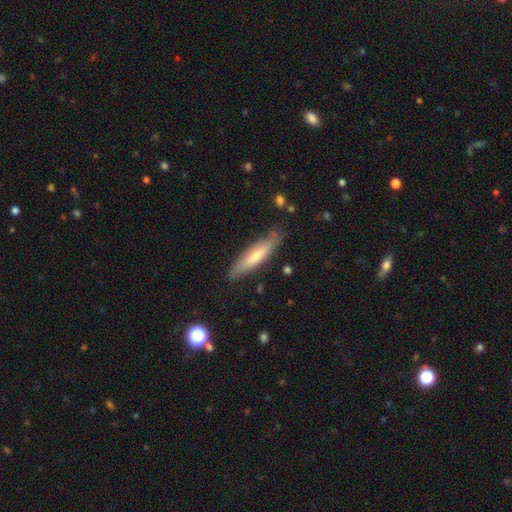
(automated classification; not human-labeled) A smooth galaxy with no disk features (53%) that is cigar-shaped (81%).

Vote fractions:
- Smooth or featured? smooth: 53% / featured or disk: 41% / star or artifact: 6%
- How rounded? cigar-shaped: 81% / in between: 18% / round: 2%
- Merging? none: 82% / minor disturbance: 14% / major disturbance: 3% / merger: 2%